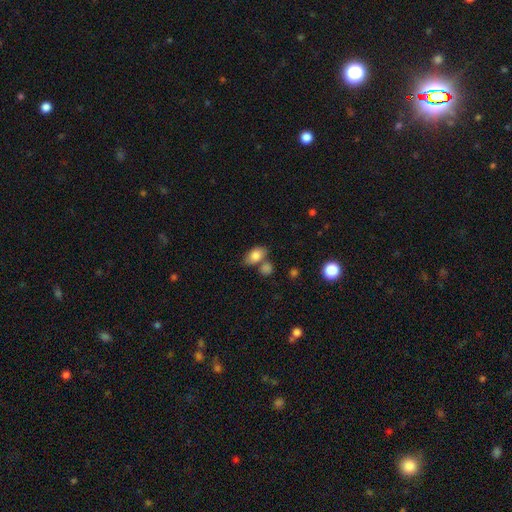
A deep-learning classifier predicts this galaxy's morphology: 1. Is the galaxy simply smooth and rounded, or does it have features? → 82% smooth, 10% featured or disk, 8% star or artifact.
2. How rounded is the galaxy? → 86% in between, 12% round, 2% cigar-shaped.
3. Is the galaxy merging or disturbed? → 53% none, 26% merger, 16% minor disturbance, 5% major disturbance.